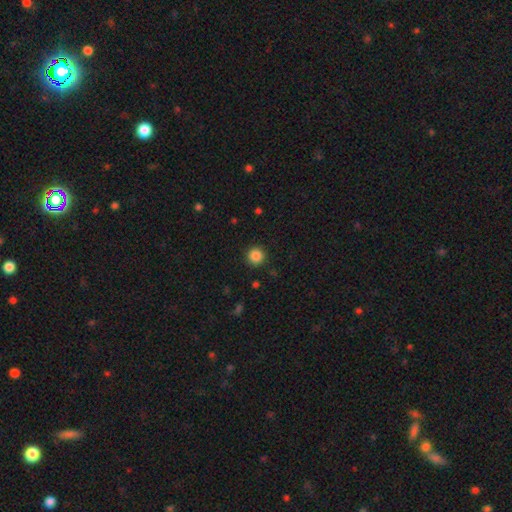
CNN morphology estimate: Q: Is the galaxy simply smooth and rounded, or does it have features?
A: smooth — 87%.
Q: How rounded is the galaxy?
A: round — 95%.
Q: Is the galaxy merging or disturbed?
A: none — 91%.